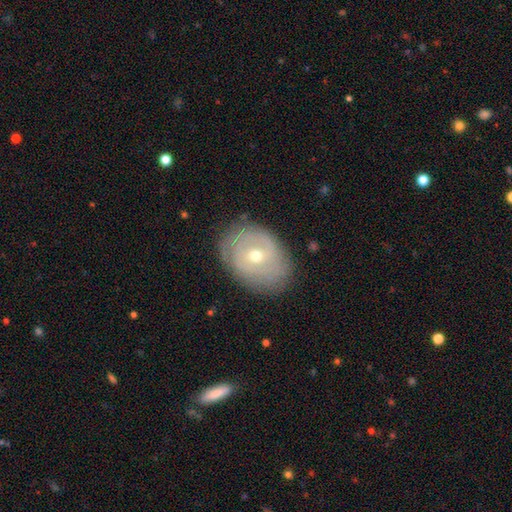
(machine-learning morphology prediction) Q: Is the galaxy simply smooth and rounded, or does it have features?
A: featured or disk — 66%.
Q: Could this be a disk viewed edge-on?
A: no — 94%.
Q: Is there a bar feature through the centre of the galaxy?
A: no — 59%.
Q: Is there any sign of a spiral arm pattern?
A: yes — 67%.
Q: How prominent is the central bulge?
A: small — 51%.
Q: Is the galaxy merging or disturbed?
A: none — 79%.